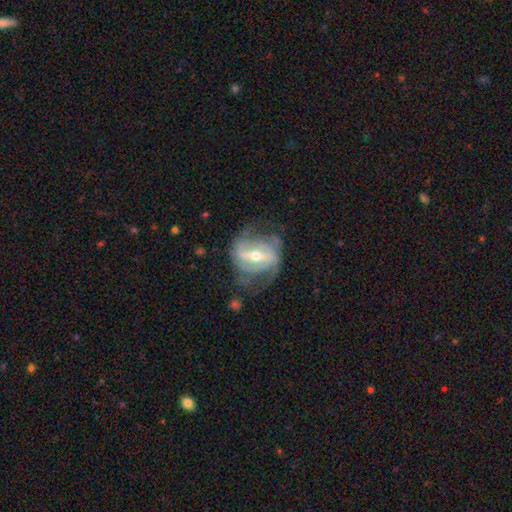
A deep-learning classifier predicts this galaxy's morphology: This is clearly a featured or disk galaxy (86%). It is clearly not viewed edge-on (95%). Bar: possibly strong (59%). Spiral arm pattern: clearly yes (91%). Spiral arm count: possibly 2 (56%). Spiral winding: possibly medium (45%). Central bulge: possibly moderate (58%). Merging: possibly none (59%).